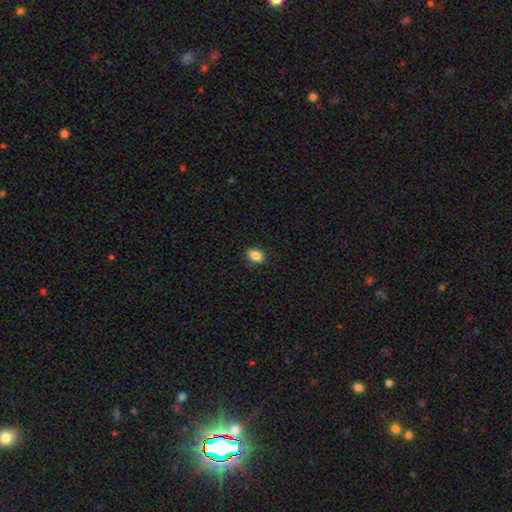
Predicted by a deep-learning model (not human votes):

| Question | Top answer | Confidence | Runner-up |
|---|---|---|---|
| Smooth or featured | smooth | 86% | star or artifact (9%) |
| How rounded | in between | 80% | round (18%) |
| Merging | none | 87% | minor disturbance (10%) |